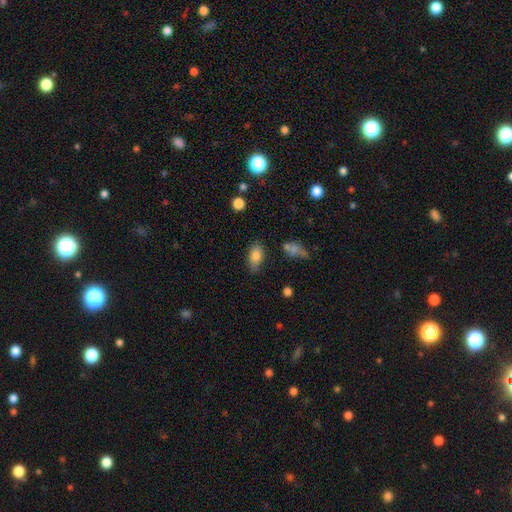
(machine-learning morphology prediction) A smooth galaxy with no disk features (83%) that is in between round and cigar-shaped (88%).

Vote fractions:
- Smooth or featured? smooth: 83% / featured or disk: 9% / star or artifact: 9%
- How rounded? in between: 88% / round: 6% / cigar-shaped: 5%
- Merging? none: 70% / minor disturbance: 21% / major disturbance: 5% / merger: 4%